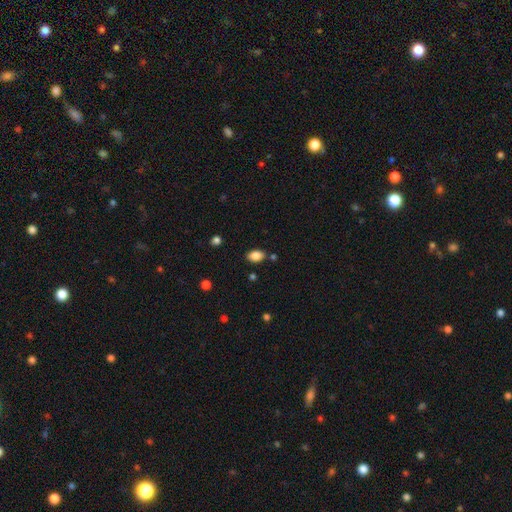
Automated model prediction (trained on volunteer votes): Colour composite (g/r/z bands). It shows a smooth galaxy with no disk features (86%) that is in between round and cigar-shaped (85%). Merging: none (81%).